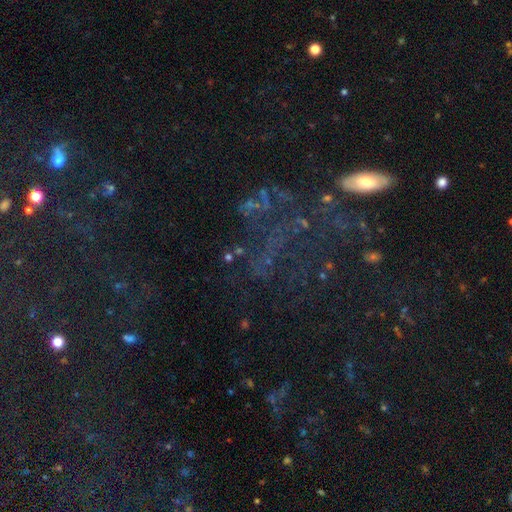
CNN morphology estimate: star or artifact 46%, featured or disk 30%, smooth 25%.